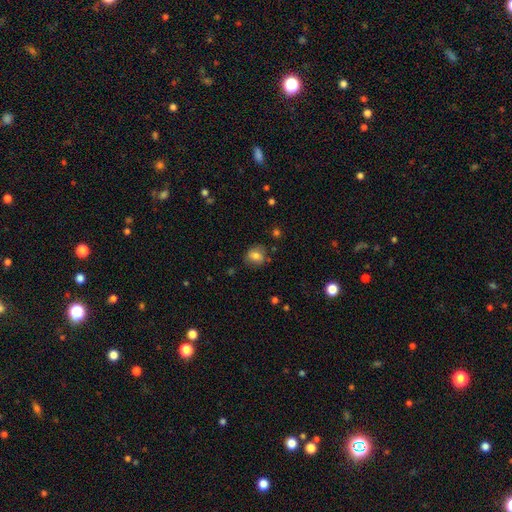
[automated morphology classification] Smooth or featured? Predicted: smooth (p=0.77). How rounded? Predicted: round (p=0.72). Merging? Predicted: none (p=0.79).